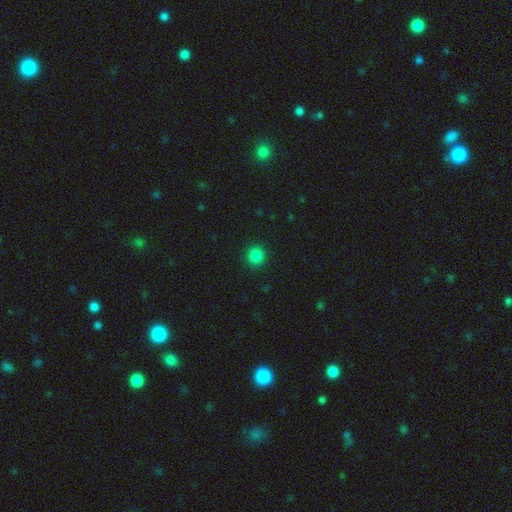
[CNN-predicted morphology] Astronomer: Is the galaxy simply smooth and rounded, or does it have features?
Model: smooth — 84%.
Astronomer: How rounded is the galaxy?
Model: round — 93%.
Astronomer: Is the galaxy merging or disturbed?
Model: none — 92%.